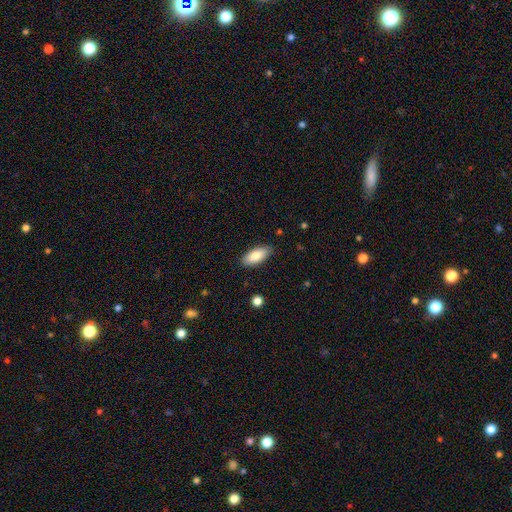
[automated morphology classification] This appears to be a smooth galaxy with no disk features (82%) that is in between round and cigar-shaped (87%). Merging: none (87%).